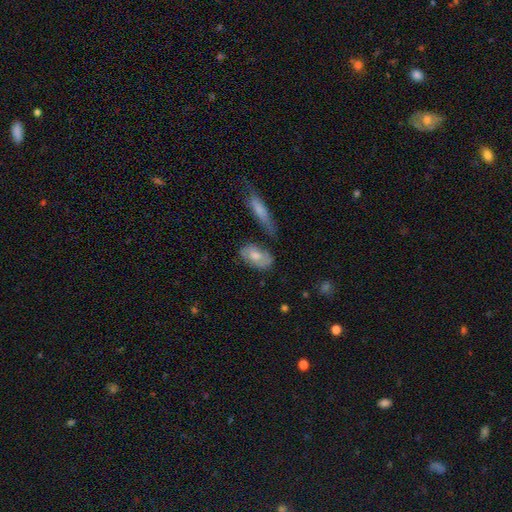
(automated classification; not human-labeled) Morphology: type=smooth (56%); roundness=in between (88%); merging=none (62%).